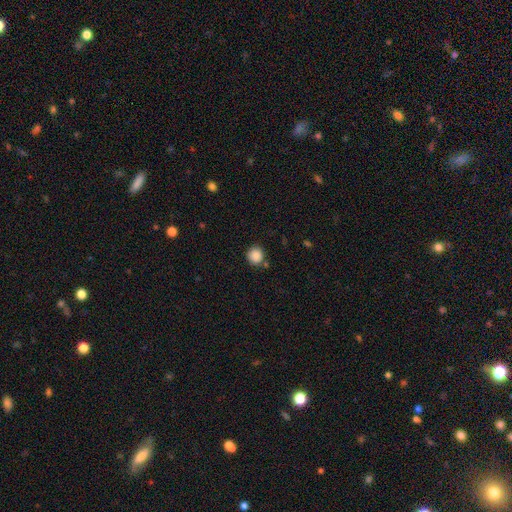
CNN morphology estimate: smooth 87%, star or artifact 9%, featured or disk 3%. Down the decision tree: how rounded — round (89%); merging — none (78%).